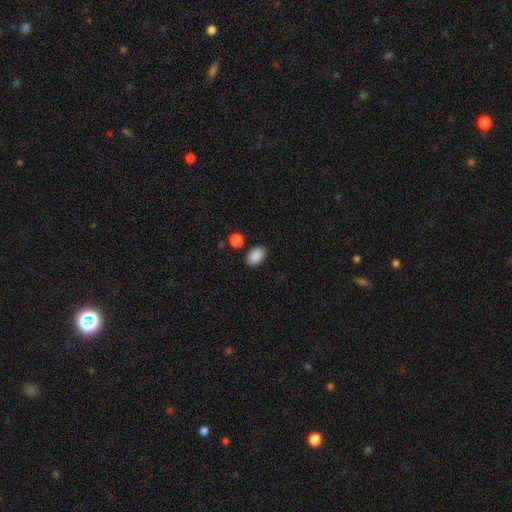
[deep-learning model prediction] The model was most divided on "merging": none: 85%, minor disturbance: 9%, merger: 3%, major disturbance: 3%. More confident: smooth or featured — smooth (89%); how rounded — in between (87%).